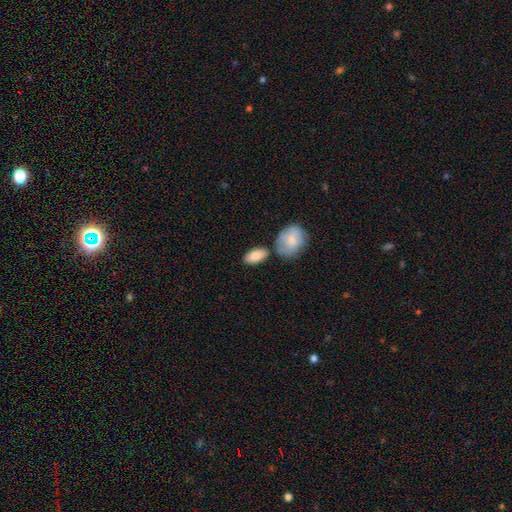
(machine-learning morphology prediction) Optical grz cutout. It shows a smooth galaxy with no disk features (85%) that is in between round and cigar-shaped (92%). Merging: none (67%).